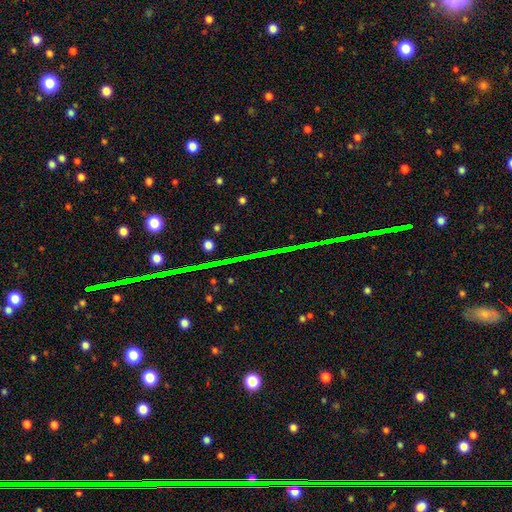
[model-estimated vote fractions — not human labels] smooth-or-featured: star or artifact: 76% | featured or disk: 13% | smooth: 11%